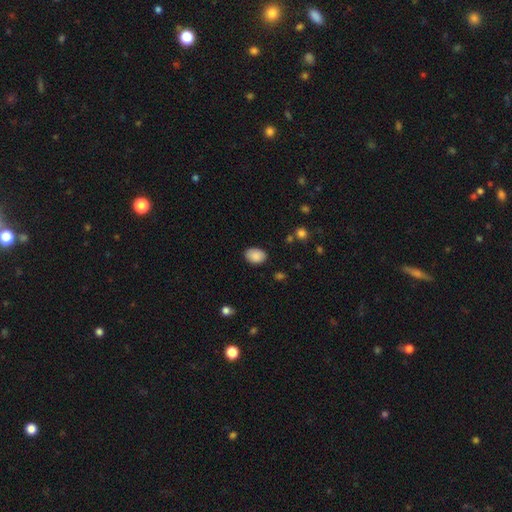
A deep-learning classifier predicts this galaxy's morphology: Q: Smooth or featured?
A: smooth (88%); runner-up: star or artifact (7%)
Q: How rounded?
A: in between (78%); runner-up: round (21%)
Q: Merging?
A: none (82%); runner-up: minor disturbance (14%)